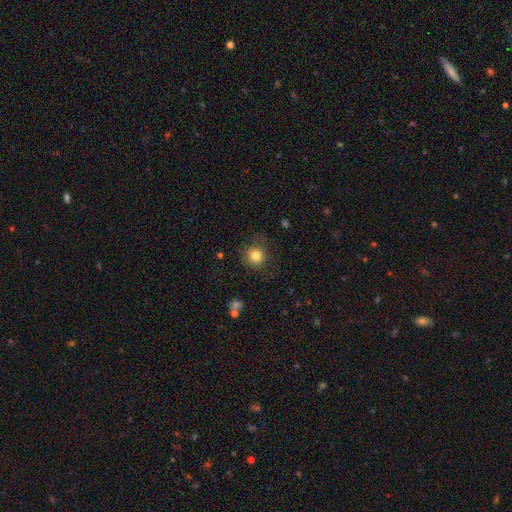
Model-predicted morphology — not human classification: Smooth or featured: smooth — 82% (star or artifact — 12%)
How rounded: round — 92% (in between — 8%)
Merging: none — 83% (minor disturbance — 11%)